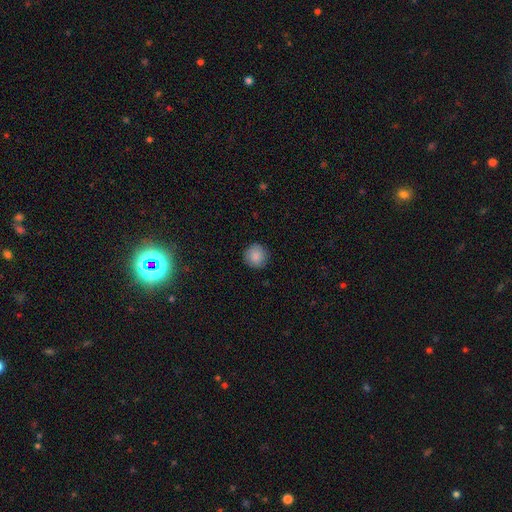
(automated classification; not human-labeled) This appears to be a smooth galaxy with no disk features (88%) that is round (94%). Merging: none (89%).